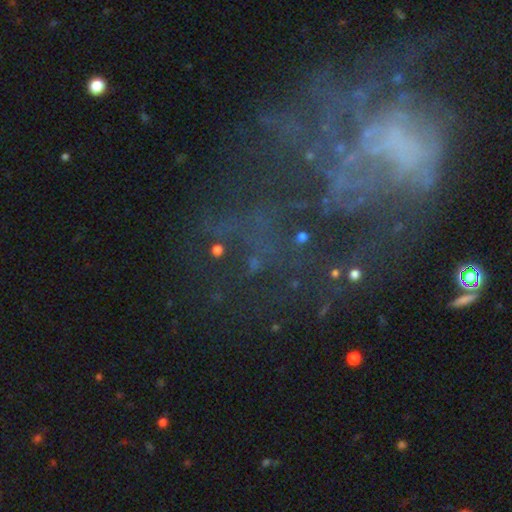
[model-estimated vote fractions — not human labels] This appears to be a featured or disk galaxy (54%) with no bar (83%), no spiral arms (69%) and no central bulge (70%). Merging: major disturbance (39%).